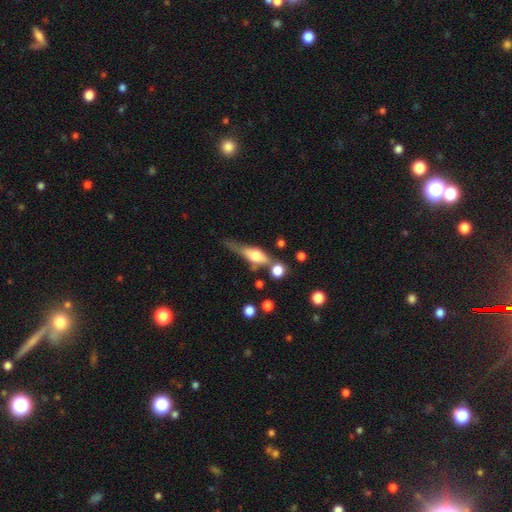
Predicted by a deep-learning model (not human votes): Morphology: type=smooth (50%); roundness=in between (50%); merging=none (38%).